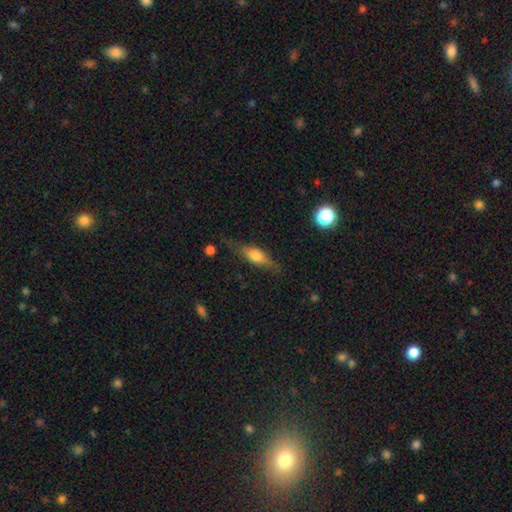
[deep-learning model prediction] Morphology: type=smooth (53%); roundness=in between (50%); merging=none (68%).